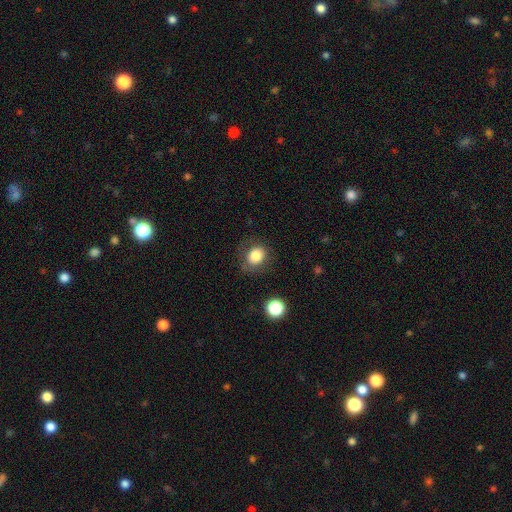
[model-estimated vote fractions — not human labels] smooth-or-featured: smooth: 82% | star or artifact: 10% | featured or disk: 8%
  how-rounded: round: 59% | in between: 40% | cigar-shaped: 1%
  merging: none: 72% | minor disturbance: 18% | major disturbance: 8% | merger: 2%